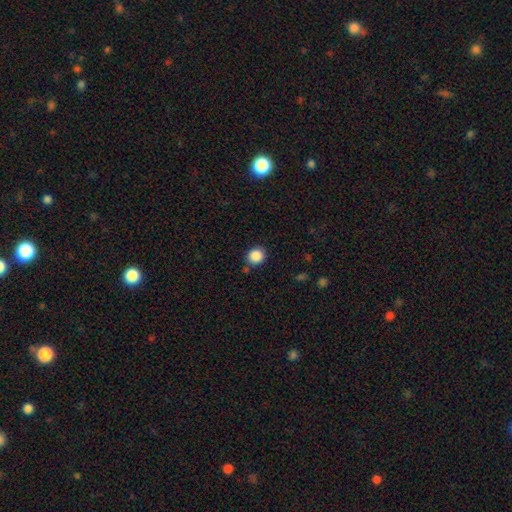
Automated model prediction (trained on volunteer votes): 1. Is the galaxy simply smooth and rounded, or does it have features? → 87% smooth, 10% star or artifact, 3% featured or disk.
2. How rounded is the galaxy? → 87% round, 13% in between, 1% cigar-shaped.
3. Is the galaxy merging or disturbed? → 81% none, 11% minor disturbance, 5% merger, 3% major disturbance.